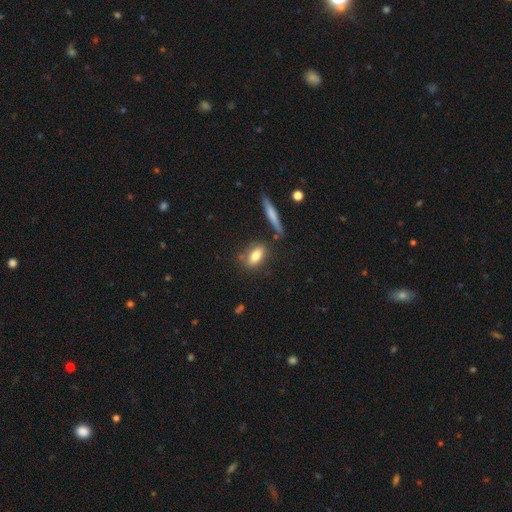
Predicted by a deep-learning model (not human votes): The model was most divided on "merging": none: 71%, minor disturbance: 15%, merger: 9%, major disturbance: 5%. More confident: how rounded — in between (77%); smooth or featured — smooth (76%).